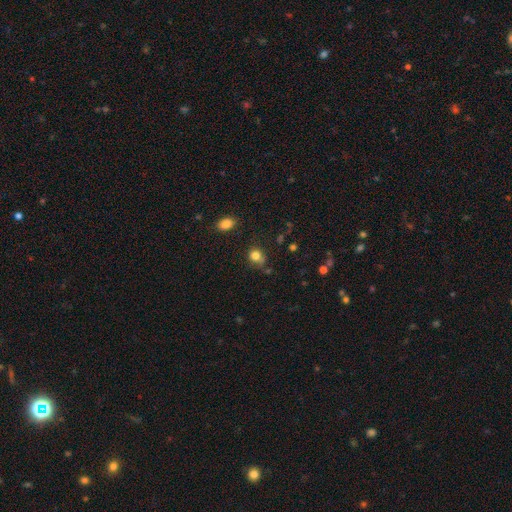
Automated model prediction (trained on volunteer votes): smooth-or-featured: smooth: 81% | star or artifact: 12% | featured or disk: 7%
  how-rounded: round: 69% | in between: 30% | cigar-shaped: 1%
  merging: none: 61% | minor disturbance: 25% | major disturbance: 8% | merger: 6%